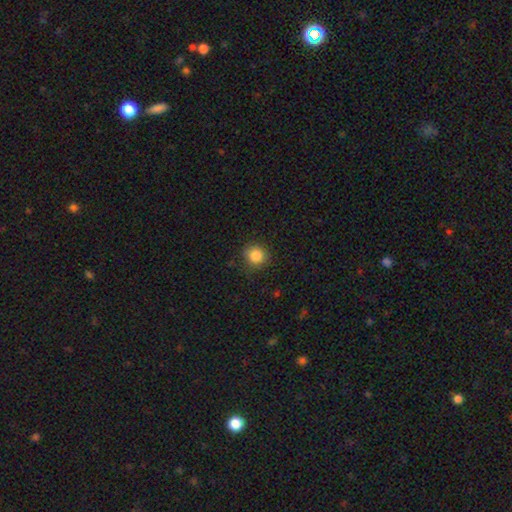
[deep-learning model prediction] Smooth or featured? smooth (86%)
How rounded? round (88%)
Merging? none (85%)